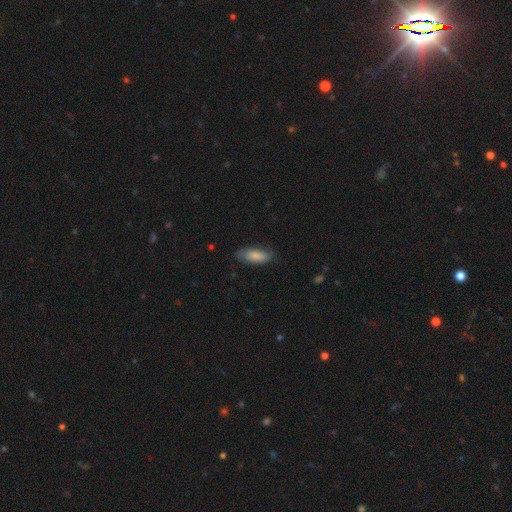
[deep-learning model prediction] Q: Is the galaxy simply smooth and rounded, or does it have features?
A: smooth — 79%.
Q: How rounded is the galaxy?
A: in between — 73%.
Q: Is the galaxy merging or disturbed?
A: none — 73%.